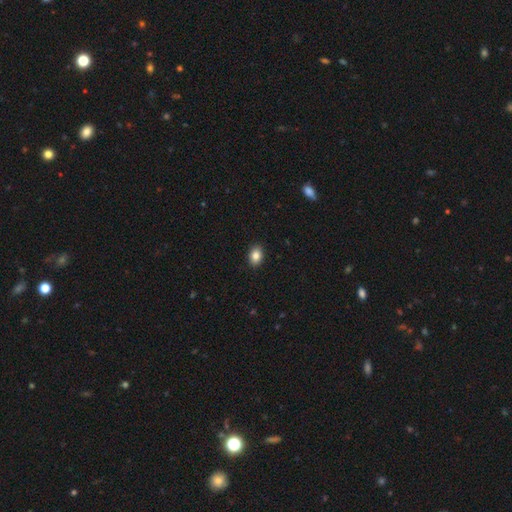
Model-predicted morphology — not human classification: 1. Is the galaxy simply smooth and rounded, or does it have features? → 85% smooth, 9% star or artifact, 6% featured or disk.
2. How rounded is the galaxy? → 77% in between, 22% round, 1% cigar-shaped.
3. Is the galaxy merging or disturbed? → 90% none, 7% minor disturbance, 2% major disturbance, 1% merger.